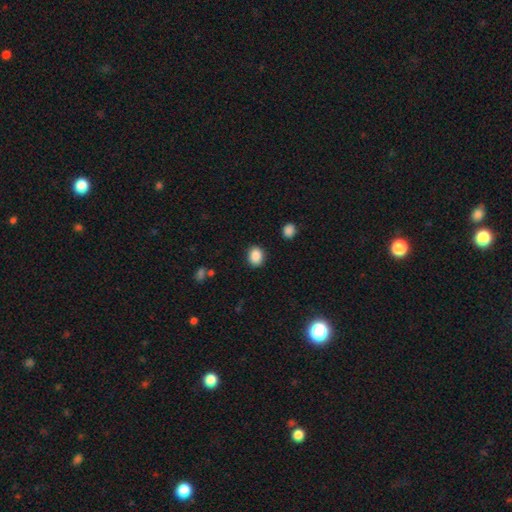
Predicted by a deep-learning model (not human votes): Overall: smooth (88%). How rounded: in between (55%; round 44%). Merging: none (87%).